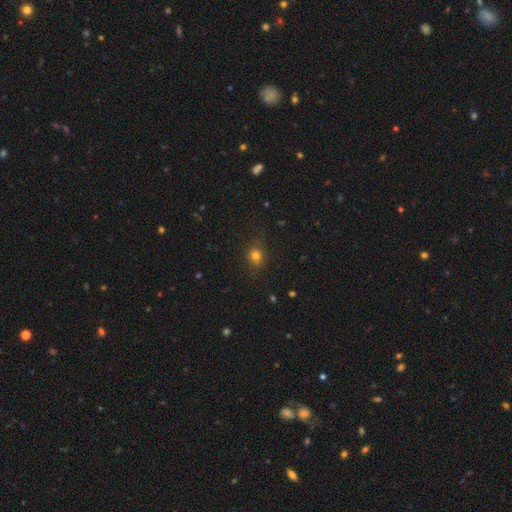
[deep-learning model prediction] Q: Smooth or featured?
A: smooth (76%); runner-up: star or artifact (17%)
Q: How rounded?
A: round (76%); runner-up: in between (23%)
Q: Merging?
A: none (83%); runner-up: minor disturbance (12%)